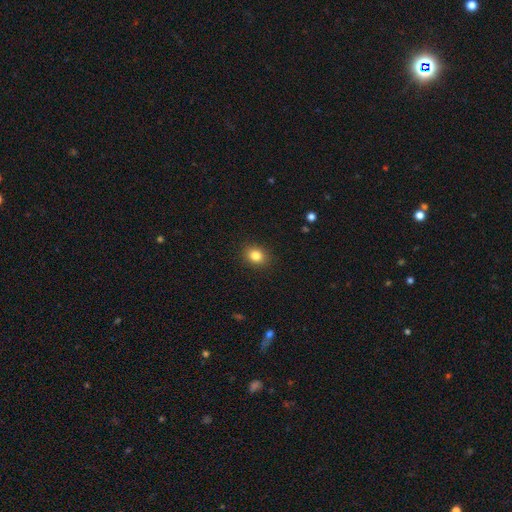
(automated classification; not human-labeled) Q: Smooth or featured?
A: smooth (83%); runner-up: star or artifact (10%)
Q: How rounded?
A: round (52%); runner-up: in between (47%)
Q: Merging?
A: none (89%); runner-up: minor disturbance (8%)